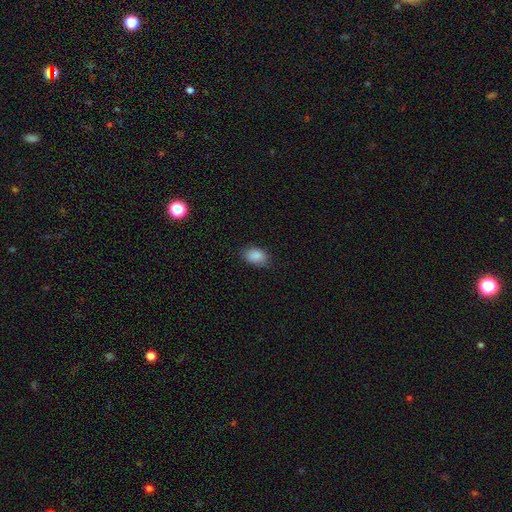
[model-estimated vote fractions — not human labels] Smooth or featured? smooth (88%)
How rounded? in between (86%)
Merging? none (79%)